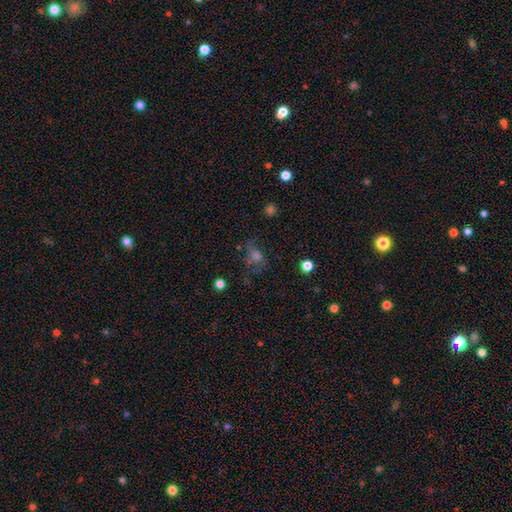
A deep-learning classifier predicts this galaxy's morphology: Overall: smooth (48%; featured or disk 26%). Merging: none (47%; major disturbance 26%).